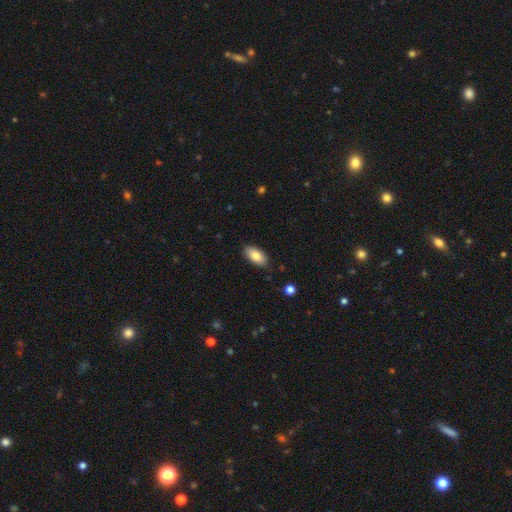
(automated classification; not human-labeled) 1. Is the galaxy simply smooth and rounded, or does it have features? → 84% smooth, 9% featured or disk, 7% star or artifact.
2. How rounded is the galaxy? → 93% in between, 4% cigar-shaped, 3% round.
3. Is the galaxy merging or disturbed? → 86% none, 11% minor disturbance, 2% major disturbance, 1% merger.